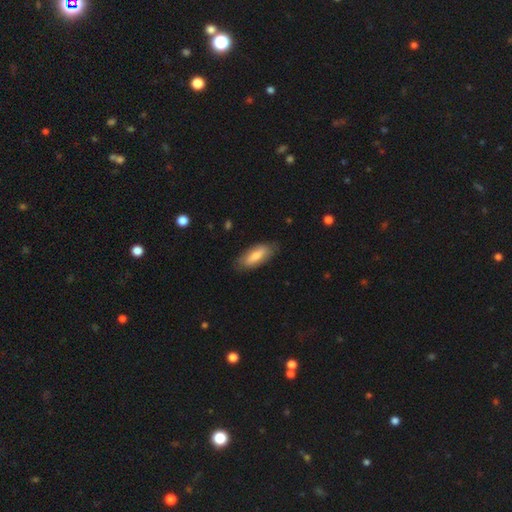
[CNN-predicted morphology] The model was most divided on "smooth or featured": smooth: 73%, featured or disk: 21%, star or artifact: 6%. More confident: merging — none (81%); how rounded — in between (76%).